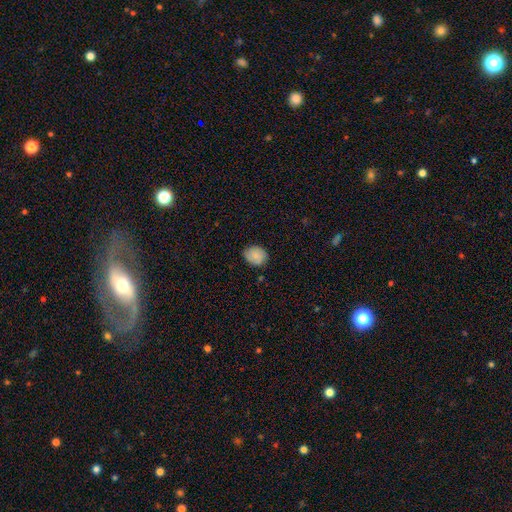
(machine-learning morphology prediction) Q: Smooth or featured?
A: smooth (83%); runner-up: featured or disk (9%)
Q: How rounded?
A: round (65%); runner-up: in between (34%)
Q: Merging?
A: none (81%); runner-up: minor disturbance (16%)